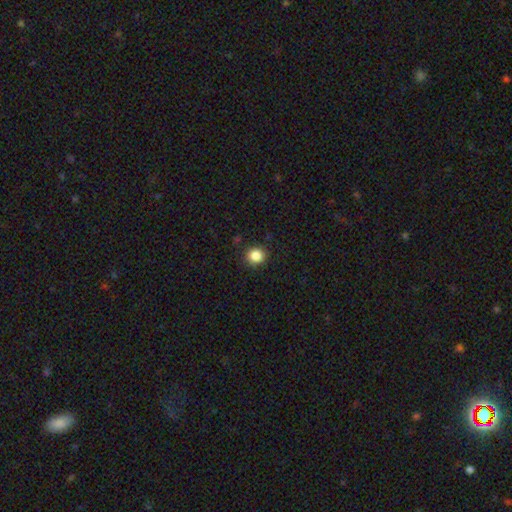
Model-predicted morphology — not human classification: Overall: smooth (86%). How rounded: round (86%). Merging: none (89%).